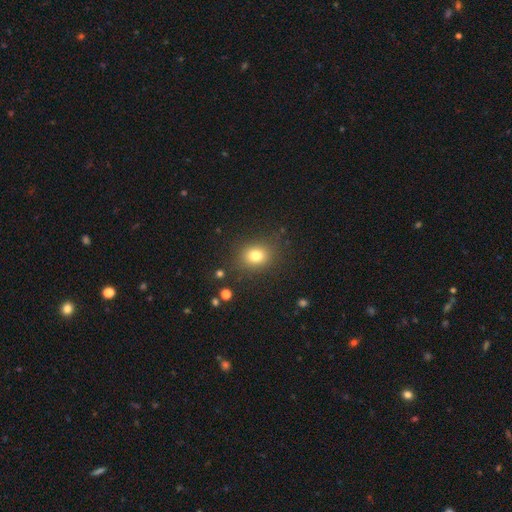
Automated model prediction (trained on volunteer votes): This appears to be a smooth galaxy with no disk features (79%) that is round (63%). Merging: none (85%).